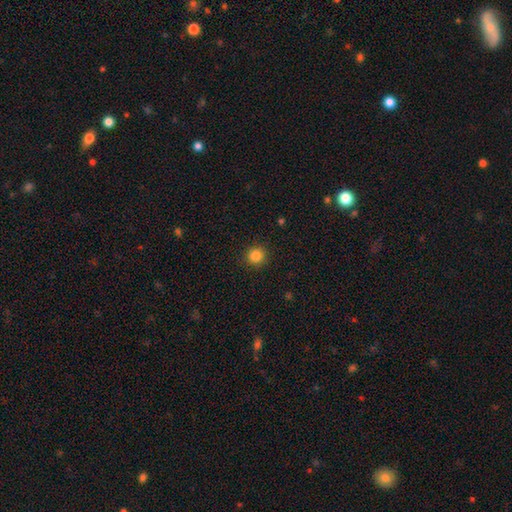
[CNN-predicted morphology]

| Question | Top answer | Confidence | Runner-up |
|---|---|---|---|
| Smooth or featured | smooth | 85% | star or artifact (11%) |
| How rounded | round | 93% | in between (6%) |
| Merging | none | 91% | minor disturbance (6%) |